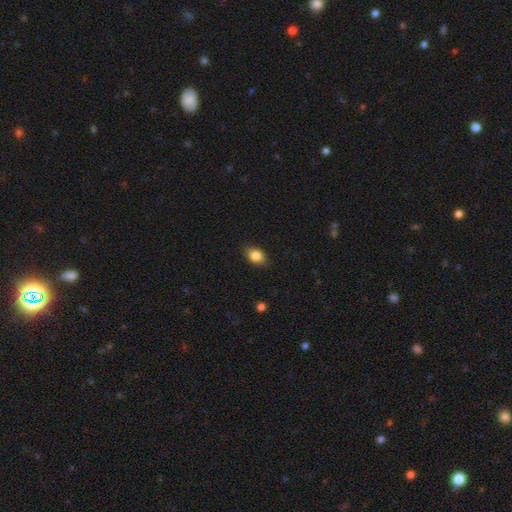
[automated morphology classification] This is clearly a smooth galaxy (84%). How rounded: likely in between (71%). Merging: clearly none (84%).